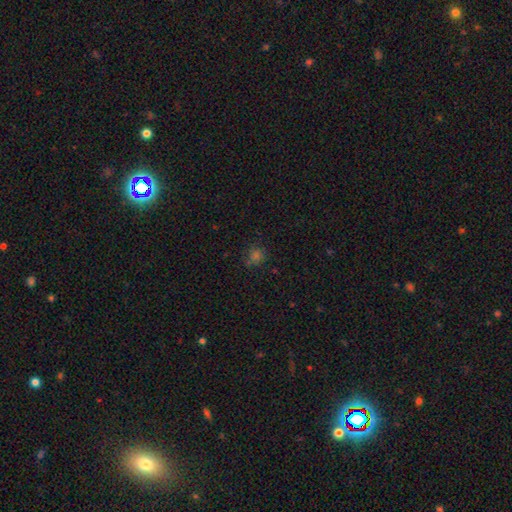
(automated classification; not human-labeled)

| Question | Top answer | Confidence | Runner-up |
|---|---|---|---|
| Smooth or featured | smooth | 63% | star or artifact (31%) |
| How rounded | round | 88% | in between (11%) |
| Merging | none | 79% | minor disturbance (12%) |